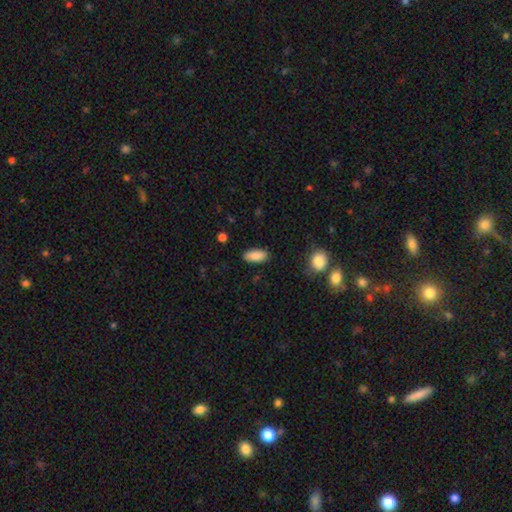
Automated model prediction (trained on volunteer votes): Smooth or featured?
  - smooth: 86% *
  - featured or disk: 7%
  - star or artifact: 7%
How rounded?
  - in between: 86% *
  - cigar-shaped: 12%
  - round: 2%
Merging?
  - none: 86% *
  - minor disturbance: 10%
  - major disturbance: 2%
  - merger: 1%